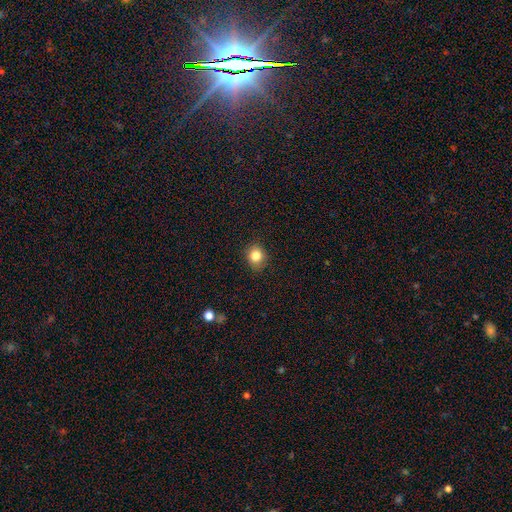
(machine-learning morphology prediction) Q: Smooth or featured?
A: smooth (82%); runner-up: star or artifact (11%)
Q: How rounded?
A: round (73%); runner-up: in between (26%)
Q: Merging?
A: none (87%); runner-up: minor disturbance (10%)